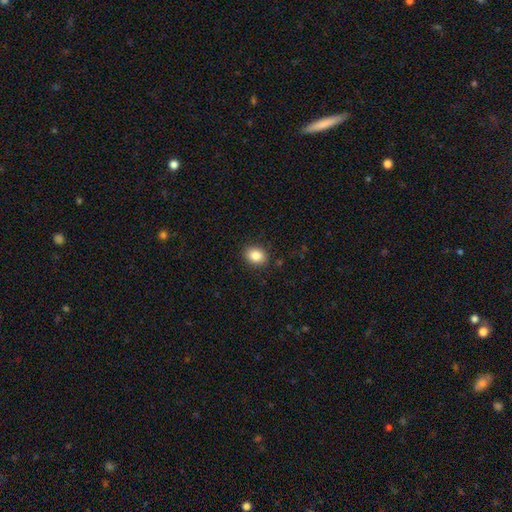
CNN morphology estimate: smooth-or-featured: smooth: 85% | star or artifact: 9% | featured or disk: 6%
  how-rounded: in between: 56% | round: 43% | cigar-shaped: 1%
  merging: none: 89% | minor disturbance: 8% | major disturbance: 2% | merger: 1%